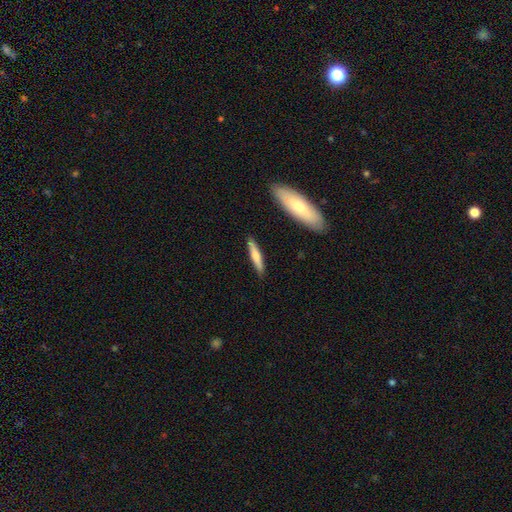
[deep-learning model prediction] Smooth or featured? smooth (59%)
How rounded? cigar-shaped (89%)
Merging? none (88%)